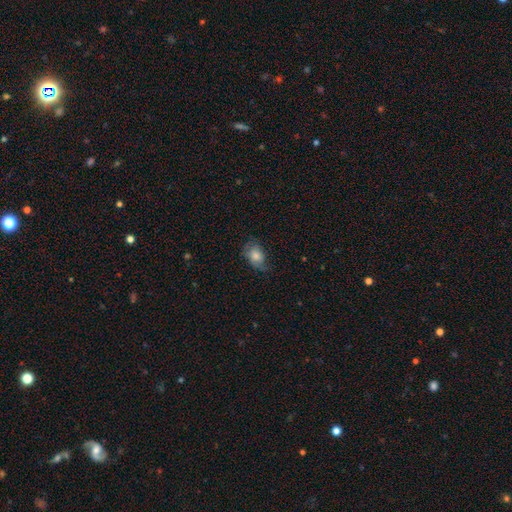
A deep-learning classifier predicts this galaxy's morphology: A smooth galaxy with no disk features (65%) that is in between round and cigar-shaped (73%). Merging: none (56%).